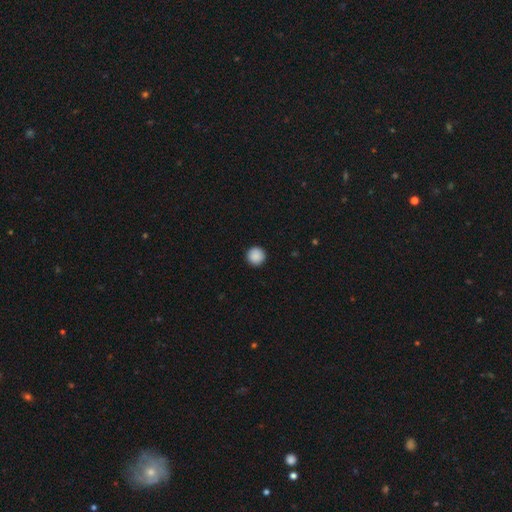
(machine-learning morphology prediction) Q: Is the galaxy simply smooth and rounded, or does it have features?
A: smooth — 89%.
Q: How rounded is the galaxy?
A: round — 96%.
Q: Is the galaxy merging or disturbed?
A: none — 93%.